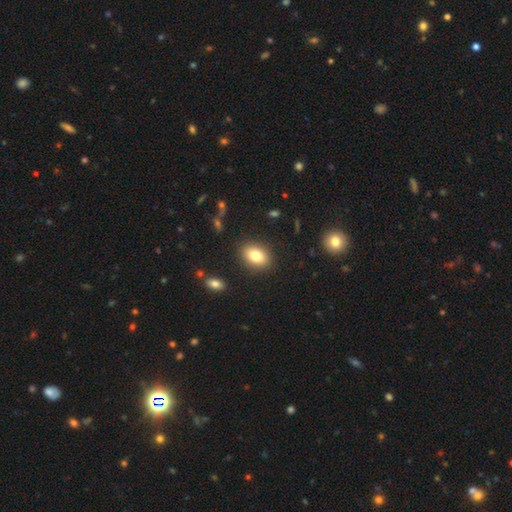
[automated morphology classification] Overall: smooth (80%). How rounded: in between (71%). Merging: none (87%).